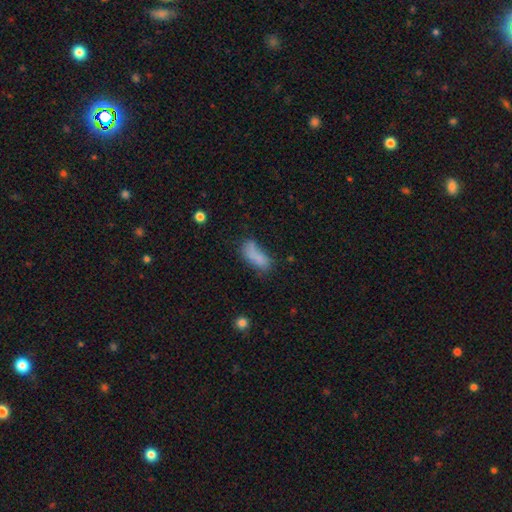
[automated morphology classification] This appears to be a smooth galaxy with no disk features (77%) that is in between round and cigar-shaped (77%). Merging: none (39%).